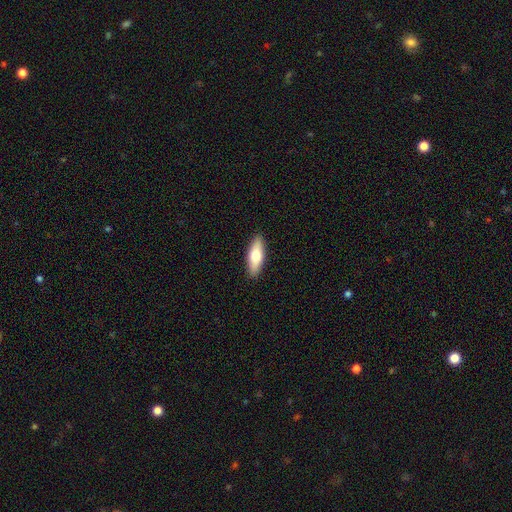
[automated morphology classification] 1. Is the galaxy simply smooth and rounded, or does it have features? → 68% smooth, 26% featured or disk, 6% star or artifact.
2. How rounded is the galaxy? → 59% in between, 39% cigar-shaped, 2% round.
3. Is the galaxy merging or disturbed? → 90% none, 7% minor disturbance, 2% major disturbance, 1% merger.